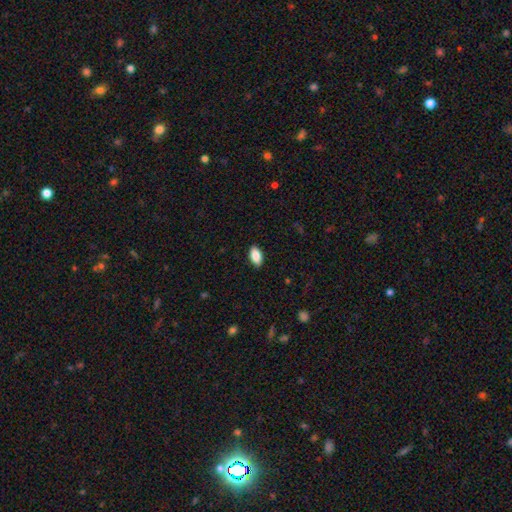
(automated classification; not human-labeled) Smooth or featured? smooth (88%)
How rounded? in between (93%)
Merging? none (88%)